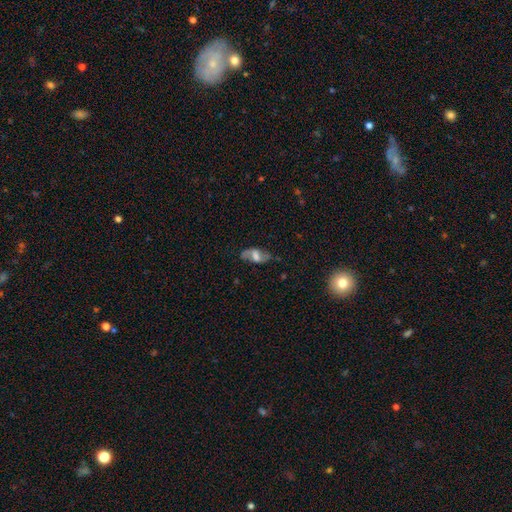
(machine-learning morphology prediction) featured or disk 57%, smooth 34%, star or artifact 9%. Down the decision tree: edge-on disk — no (88%); bar — weak (44%); spiral arms — yes (77%); bulge size — moderate (34%); merging — none (70%).